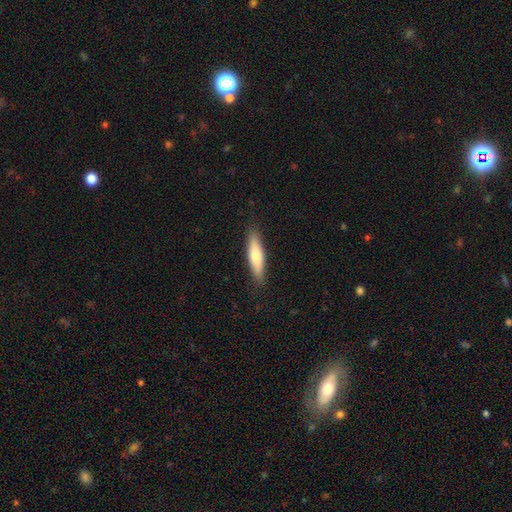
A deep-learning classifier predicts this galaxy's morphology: This appears to be a smooth galaxy with no disk features (63%) that is cigar-shaped (73%). Merging: none (88%).